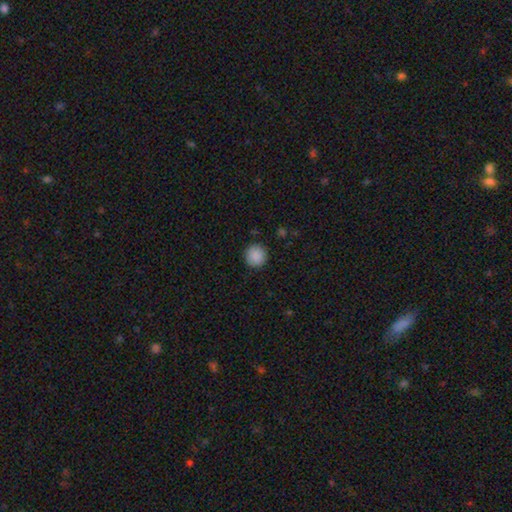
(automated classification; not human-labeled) Smooth or featured: smooth — 89% (star or artifact — 9%)
How rounded: round — 94% (in between — 5%)
Merging: none — 91% (minor disturbance — 6%)